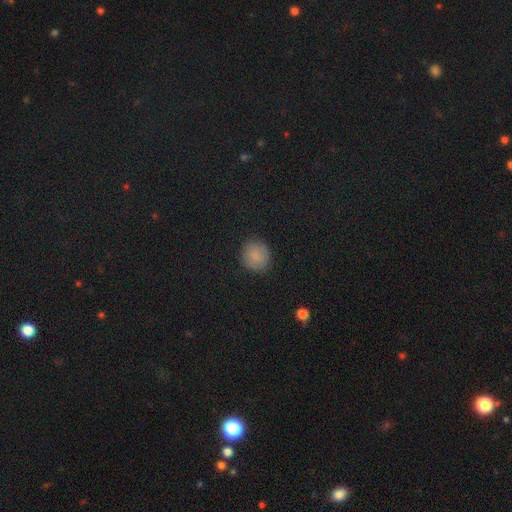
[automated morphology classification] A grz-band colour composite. It shows a smooth galaxy with no disk features (84%) that is round (88%). Merging: none (87%).